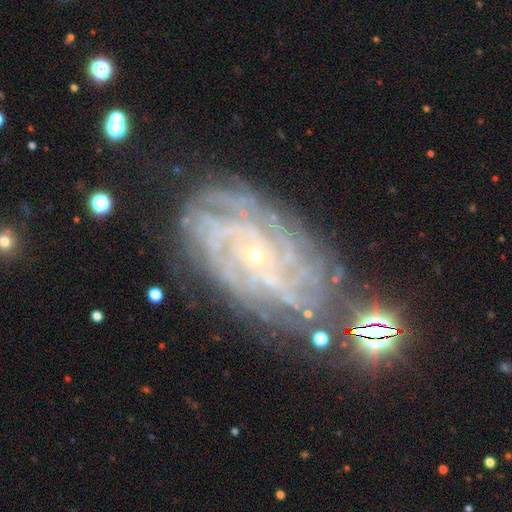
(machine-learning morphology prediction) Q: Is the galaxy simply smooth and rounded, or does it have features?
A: featured or disk — 87%.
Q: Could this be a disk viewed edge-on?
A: no — 96%.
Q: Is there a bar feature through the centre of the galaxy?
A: no — 73%.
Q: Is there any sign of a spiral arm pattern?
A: yes — 98%.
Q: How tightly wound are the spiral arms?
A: tight — 78%.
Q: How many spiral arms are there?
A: more than 4 — 27%.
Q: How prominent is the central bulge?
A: small — 85%.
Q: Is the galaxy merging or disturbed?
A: none — 76%.